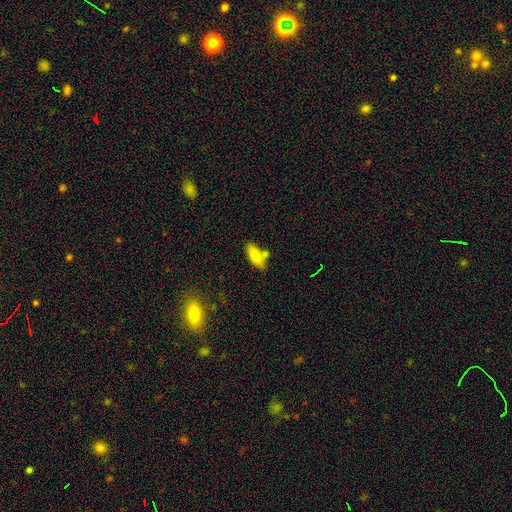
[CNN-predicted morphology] type=smooth (72%); roundness=in between (74%); merging=none (63%).